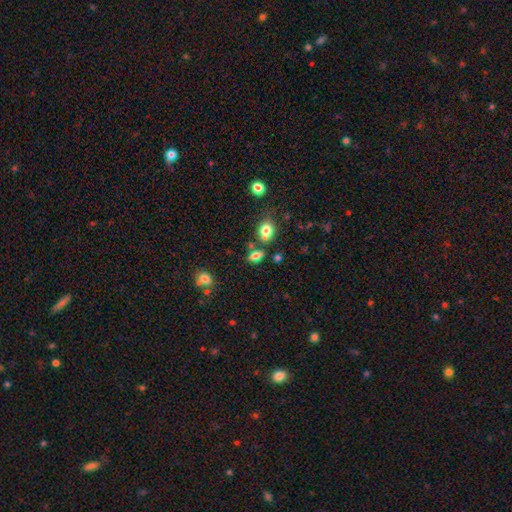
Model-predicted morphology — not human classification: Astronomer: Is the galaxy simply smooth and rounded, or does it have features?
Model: smooth — 75%.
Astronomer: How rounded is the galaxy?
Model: in between — 82%.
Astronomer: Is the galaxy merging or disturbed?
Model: none — 65%.